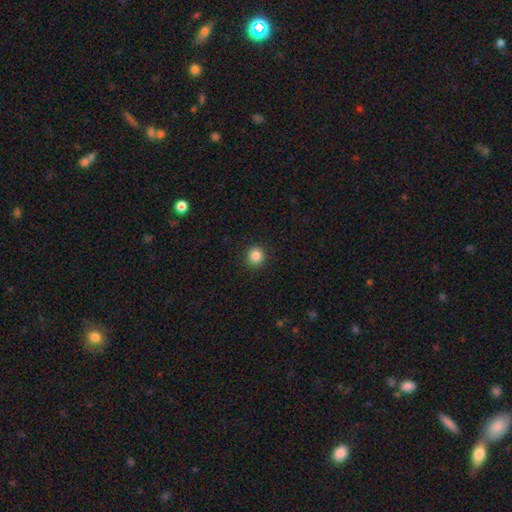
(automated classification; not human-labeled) A smooth galaxy with no disk features (85%) that is round (93%).

Vote fractions:
- Smooth or featured? smooth: 85% / star or artifact: 11% / featured or disk: 4%
- How rounded? round: 93% / in between: 6% / cigar-shaped: 1%
- Merging? none: 92% / minor disturbance: 5% / major disturbance: 2% / merger: 1%